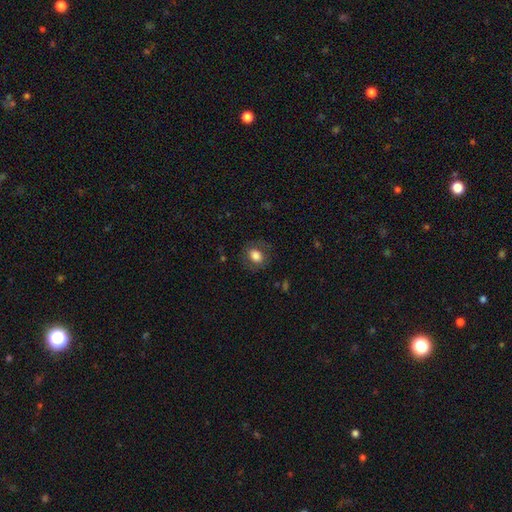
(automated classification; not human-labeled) The model was most divided on "how rounded": round: 51%, in between: 48%, cigar-shaped: 1%. More confident: merging — none (80%); smooth or featured — smooth (78%).